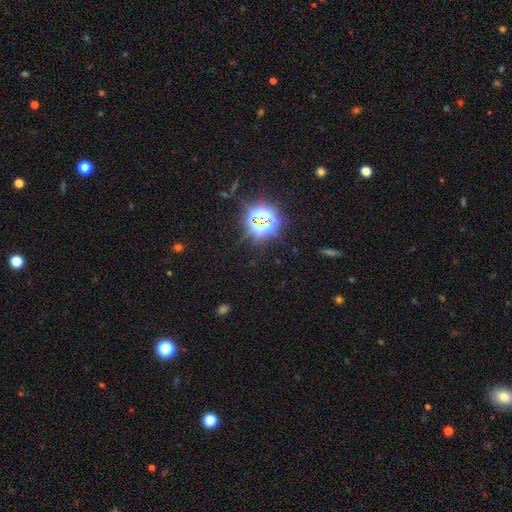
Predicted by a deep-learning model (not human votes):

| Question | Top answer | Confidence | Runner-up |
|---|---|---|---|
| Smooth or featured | star or artifact | 80% | smooth (13%) |